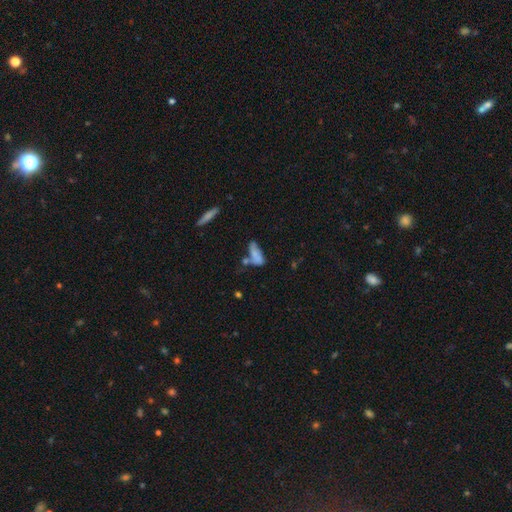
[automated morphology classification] This appears to be a smooth galaxy with no disk features (65%) that is in between round and cigar-shaped (77%). Merging: merger (33%).